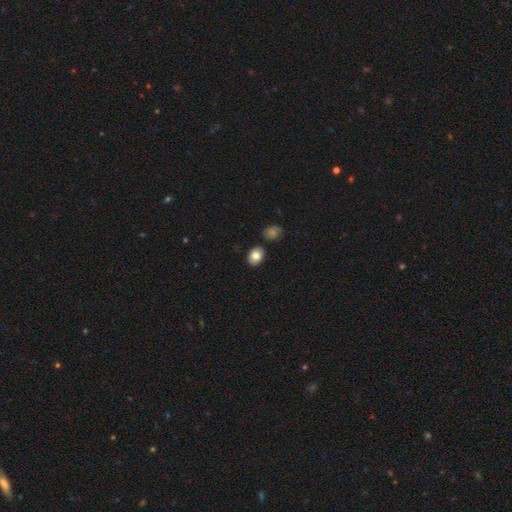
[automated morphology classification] Smooth or featured: smooth — 81% (featured or disk — 11%)
How rounded: in between — 69% (round — 30%)
Merging: none — 84% (minor disturbance — 9%)